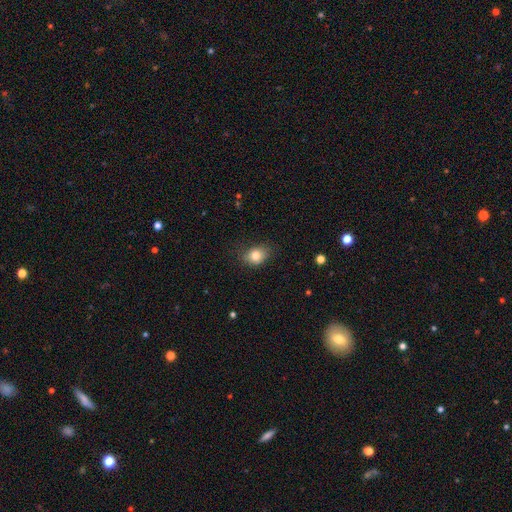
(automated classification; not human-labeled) smooth 80%, star or artifact 10%, featured or disk 10%. Down the decision tree: how rounded — in between (58%); merging — none (74%).